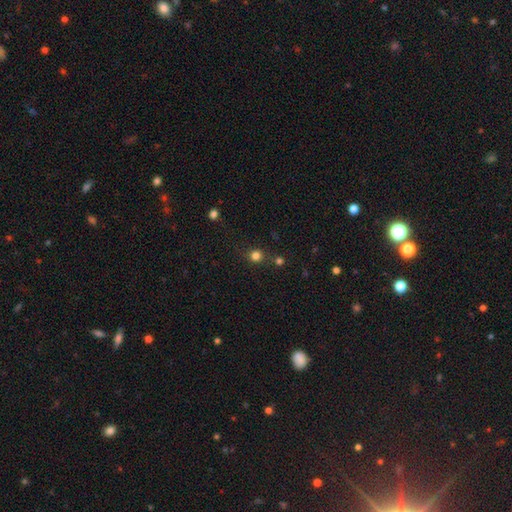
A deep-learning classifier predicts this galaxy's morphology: Smooth or featured: smooth — 78% (star or artifact — 16%)
How rounded: round — 89% (in between — 10%)
Merging: none — 74% (minor disturbance — 11%)